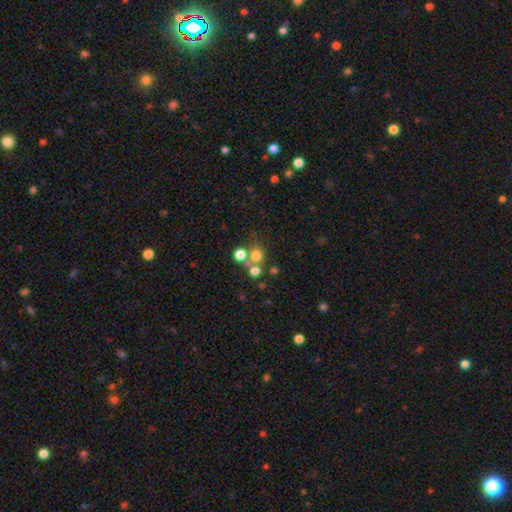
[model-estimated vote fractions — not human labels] smooth_or_featured: smooth (p=0.68) [alt: star or artifact p=0.19]
how_rounded: round (p=0.86) [alt: in between p=0.13]
merging: none (p=0.56) [alt: merger p=0.32]